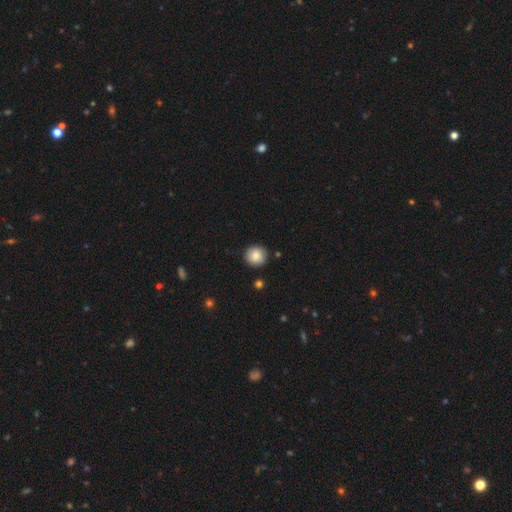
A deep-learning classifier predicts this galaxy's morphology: Smooth or featured? smooth (85%)
How rounded? round (92%)
Merging? none (88%)